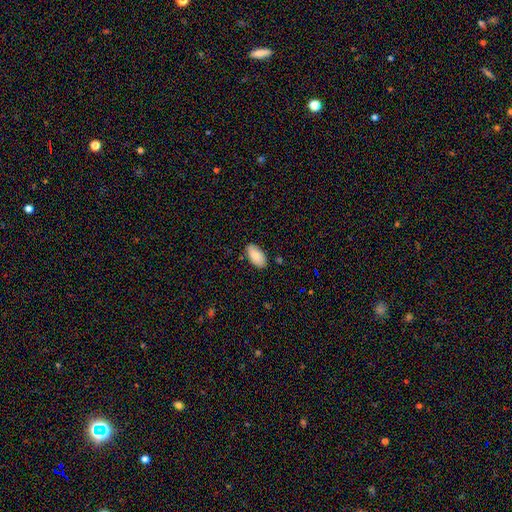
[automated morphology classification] type=smooth (82%); roundness=in between (95%); merging=none (85%).